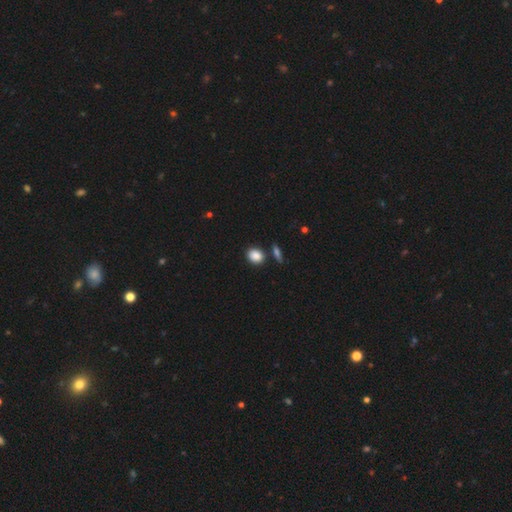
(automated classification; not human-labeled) Overall: smooth (87%). How rounded: round (54%; in between 44%). Merging: none (80%).